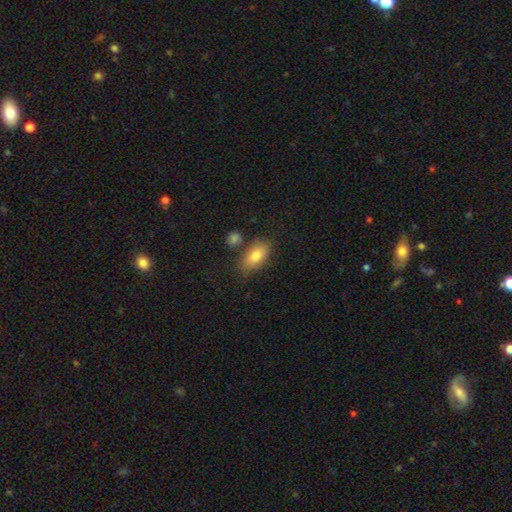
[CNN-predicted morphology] smooth-or-featured: smooth: 80% | featured or disk: 13% | star or artifact: 7%
  how-rounded: in between: 88% | round: 6% | cigar-shaped: 6%
  merging: none: 66% | minor disturbance: 19% | merger: 9% | major disturbance: 5%